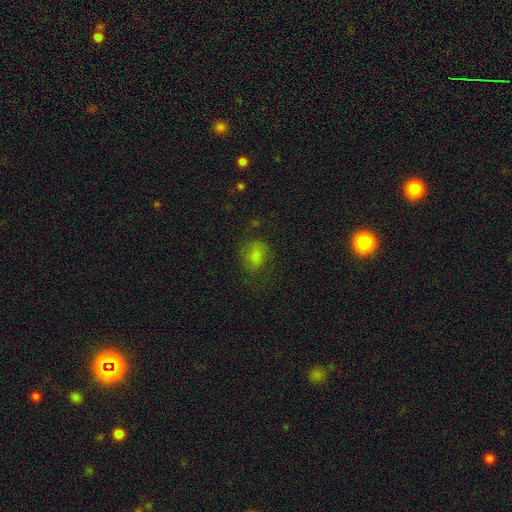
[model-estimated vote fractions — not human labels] Morphology: type=smooth (75%); roundness=round (53%); merging=none (59%).